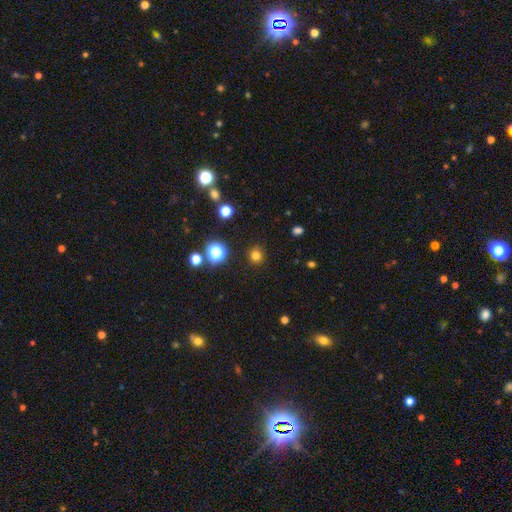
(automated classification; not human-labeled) Smooth or featured? smooth (77%)
How rounded? round (92%)
Merging? none (90%)